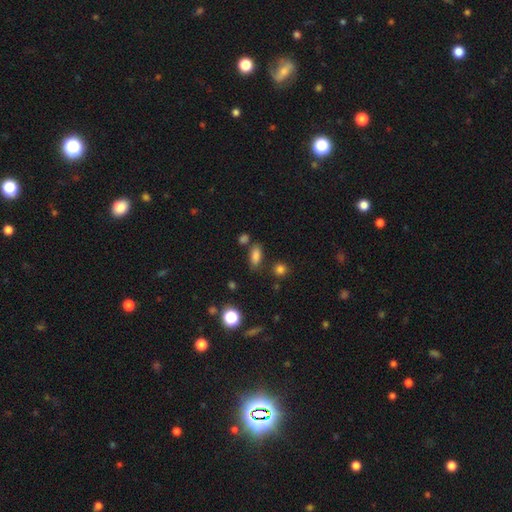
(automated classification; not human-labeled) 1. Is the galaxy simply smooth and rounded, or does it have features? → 81% smooth, 12% star or artifact, 6% featured or disk.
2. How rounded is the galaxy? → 80% in between, 14% cigar-shaped, 6% round.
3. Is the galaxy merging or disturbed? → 72% none, 15% minor disturbance, 9% merger, 4% major disturbance.